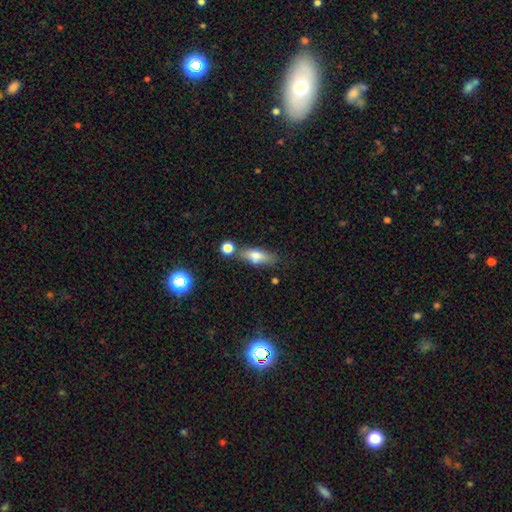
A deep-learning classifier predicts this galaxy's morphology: Smooth or featured?
  - smooth: 68% *
  - featured or disk: 23%
  - star or artifact: 9%
How rounded?
  - in between: 61% *
  - cigar-shaped: 34%
  - round: 5%
Merging?
  - none: 65% *
  - minor disturbance: 16%
  - merger: 13%
  - major disturbance: 5%